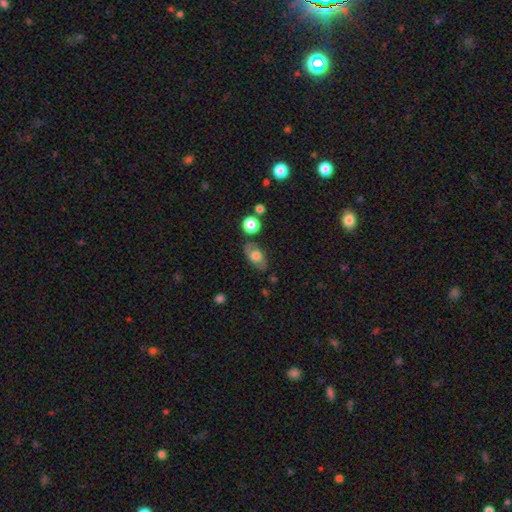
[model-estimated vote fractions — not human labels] This appears to be a smooth galaxy with no disk features (60%) that is in between round and cigar-shaped (86%). Merging: none (75%).